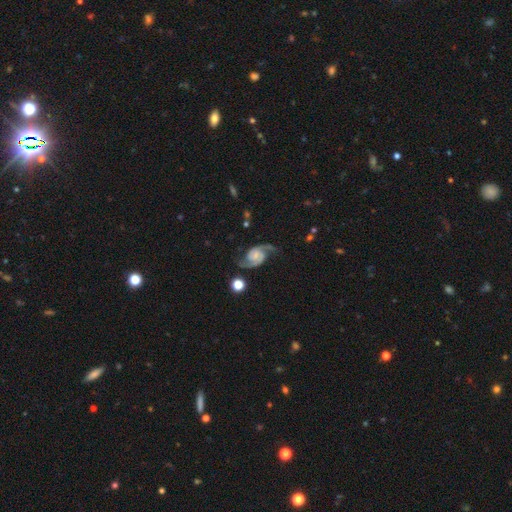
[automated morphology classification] Smooth or featured?
  - featured or disk: 90% *
  - smooth: 5%
  - star or artifact: 5%
Edge-on disk?
  - no: 98% *
  - yes: 2%
Bar?
  - no: 64% *
  - weak: 28%
  - strong: 8%
Spiral arms?
  - yes: 98% *
  - no: 2%
Spiral winding?
  - medium: 52% *
  - loose: 29%
  - tight: 19%
Spiral arm count?
  - 2: 94% *
  - can't tell: 2%
  - 3: 1%
  - 1: 1%
  - 4: 1%
  - more than 4: 1%
Bulge size?
  - small: 42% *
  - none: 33%
  - moderate: 17%
  - large: 6%
  - dominant: 2%
Merging?
  - none: 74% *
  - minor disturbance: 16%
  - major disturbance: 7%
  - merger: 3%